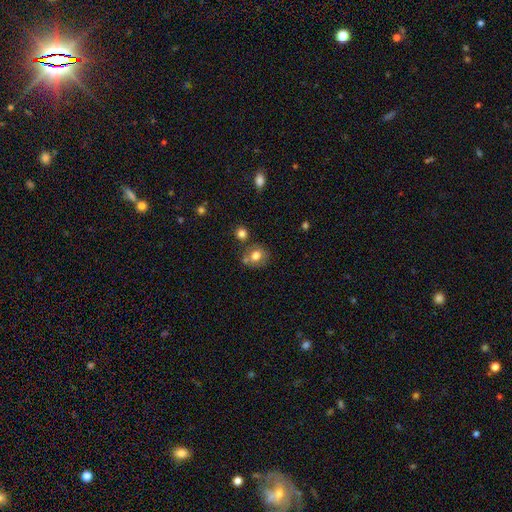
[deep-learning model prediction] This is likely a smooth galaxy (74%). How rounded: likely round (68%). Merging: possibly none (60%).